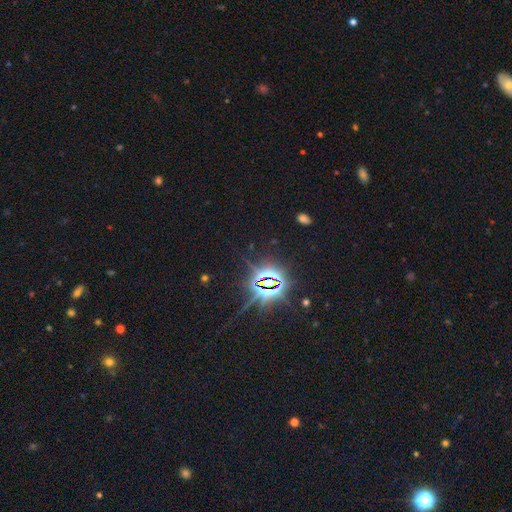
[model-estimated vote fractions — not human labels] A star or artifact, not a galaxy (83%).

Vote fractions:
- Smooth or featured? star or artifact: 83% / smooth: 11% / featured or disk: 6%